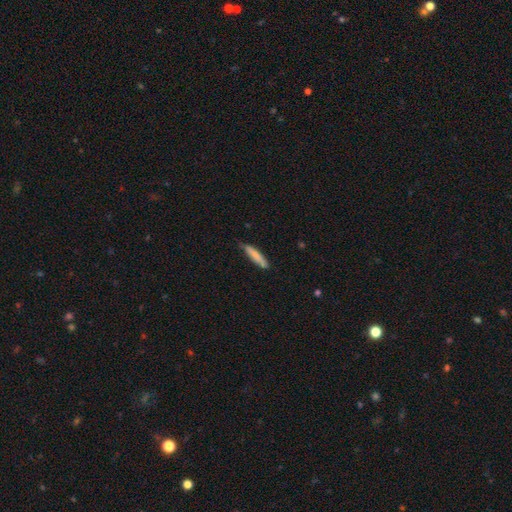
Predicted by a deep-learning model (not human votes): Morphology: type=smooth (79%); roundness=cigar-shaped (85%); merging=none (71%).